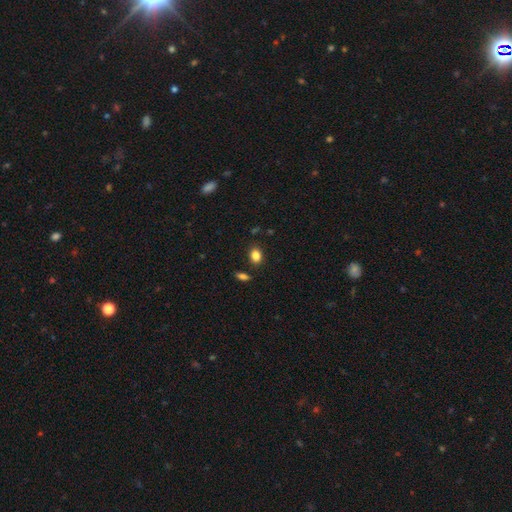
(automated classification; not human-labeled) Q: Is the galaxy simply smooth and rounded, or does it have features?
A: smooth — 85%.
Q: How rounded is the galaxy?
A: in between — 66%.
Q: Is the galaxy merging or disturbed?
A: none — 84%.